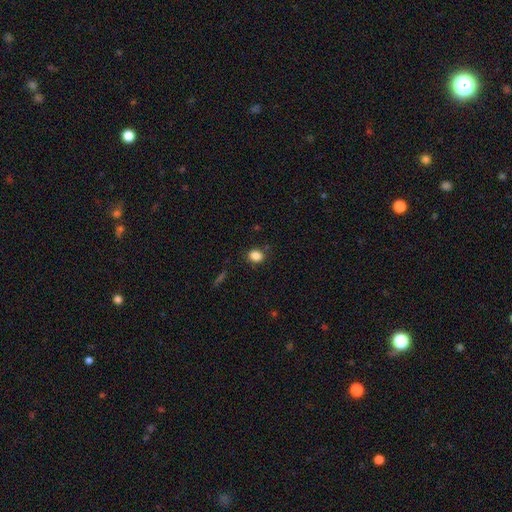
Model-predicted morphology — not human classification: Smooth or featured? Predicted: smooth (p=0.85). How rounded? Predicted: round (p=0.57). Merging? Predicted: none (p=0.84).